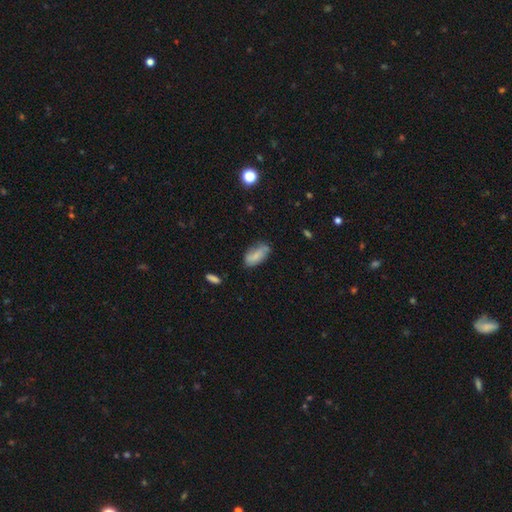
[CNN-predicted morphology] Smooth or featured? Predicted: smooth (p=0.69). How rounded? Predicted: in between (p=0.87). Merging? Predicted: none (p=0.57).